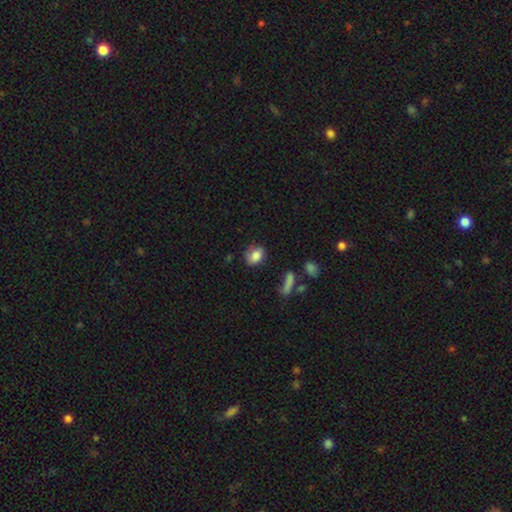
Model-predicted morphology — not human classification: smooth 82%, featured or disk 9%, star or artifact 9%. Down the decision tree: how rounded — in between (64%); merging — none (66%).